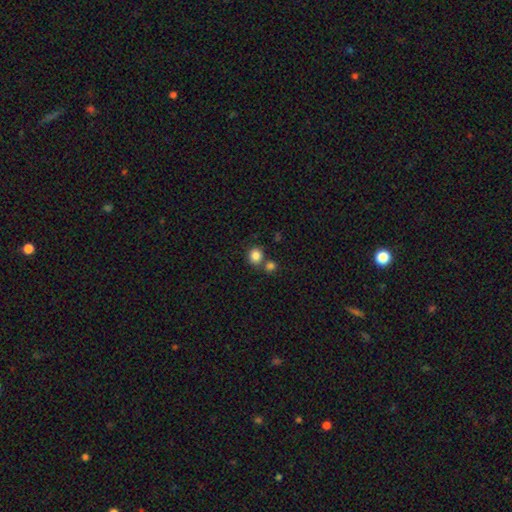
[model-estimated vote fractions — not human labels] Smooth or featured?
  - smooth: 85% *
  - star or artifact: 10%
  - featured or disk: 5%
How rounded?
  - round: 80% *
  - in between: 19%
  - cigar-shaped: 1%
Merging?
  - none: 64% *
  - merger: 24%
  - minor disturbance: 9%
  - major disturbance: 3%